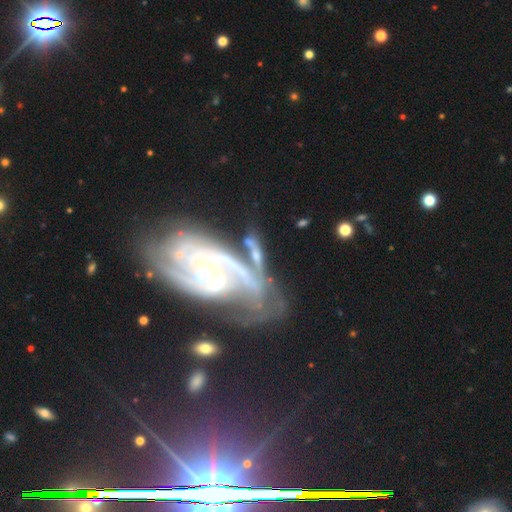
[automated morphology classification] This appears to be a featured or disk galaxy (83%) with no bar (63%), 2 (34%) tight (54%) spiral arms (96%) and a small central bulge (70%). Merging: none (52%).